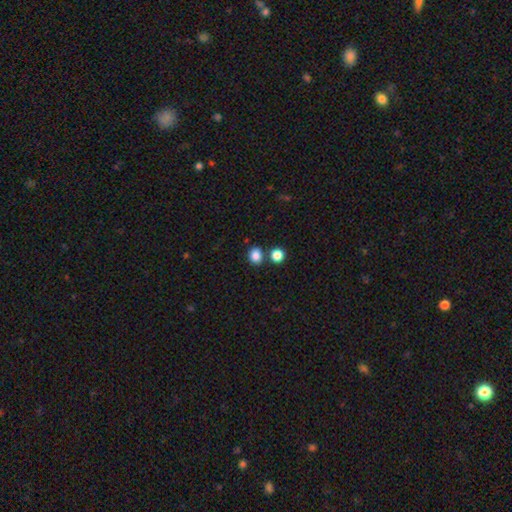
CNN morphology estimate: A smooth galaxy with no disk features (85%) that is round (70%).

Vote fractions:
- Smooth or featured? smooth: 85% / star or artifact: 11% / featured or disk: 4%
- How rounded? round: 70% / in between: 29% / cigar-shaped: 1%
- Merging? none: 76% / merger: 12% / minor disturbance: 9% / major disturbance: 3%